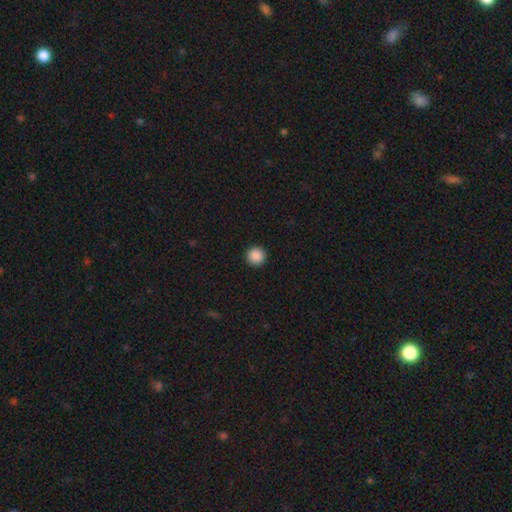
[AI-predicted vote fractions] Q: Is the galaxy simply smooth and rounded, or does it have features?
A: smooth — 89%.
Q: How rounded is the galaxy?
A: round — 96%.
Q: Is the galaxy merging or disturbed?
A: none — 94%.